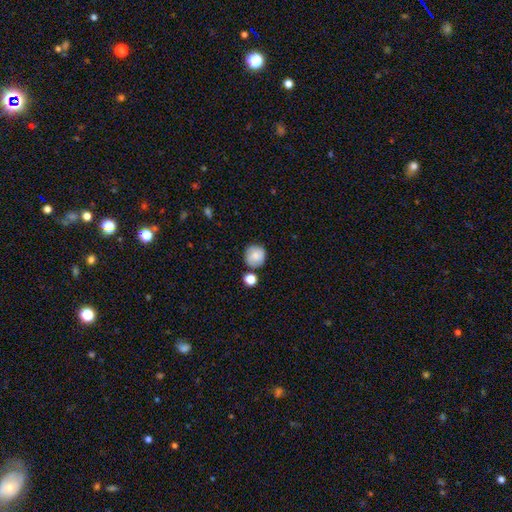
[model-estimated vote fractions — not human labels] A smooth galaxy with no disk features (77%) that is round (92%). Merging: none (75%).